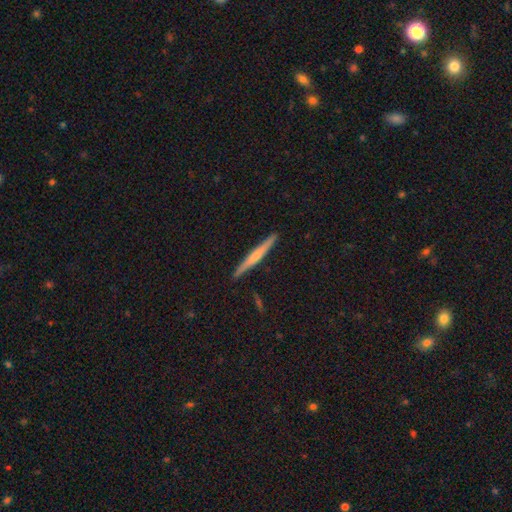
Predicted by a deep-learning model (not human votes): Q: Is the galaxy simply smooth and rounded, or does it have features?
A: featured or disk — 49%.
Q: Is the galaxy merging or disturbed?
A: none — 91%.